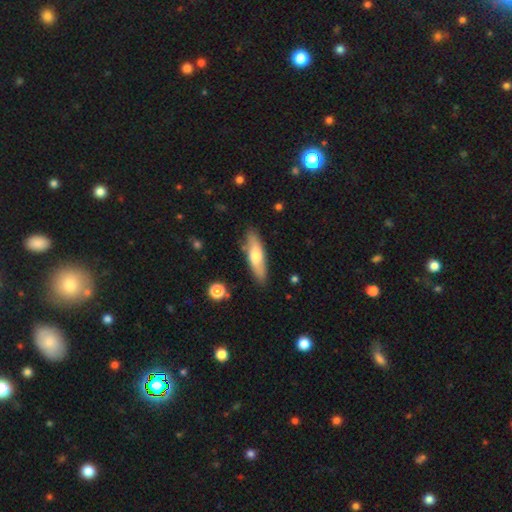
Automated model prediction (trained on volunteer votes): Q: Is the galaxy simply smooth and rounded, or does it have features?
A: smooth — 63%.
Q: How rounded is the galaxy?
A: cigar-shaped — 59%.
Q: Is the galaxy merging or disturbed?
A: none — 83%.